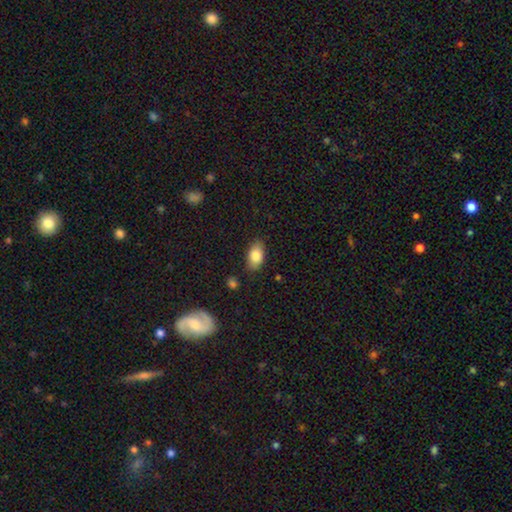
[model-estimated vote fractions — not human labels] A smooth galaxy with no disk features (82%) that is in between round and cigar-shaped (90%).

Vote fractions:
- Smooth or featured? smooth: 82% / featured or disk: 10% / star or artifact: 7%
- How rounded? in between: 90% / round: 7% / cigar-shaped: 3%
- Merging? none: 83% / minor disturbance: 12% / major disturbance: 3% / merger: 2%